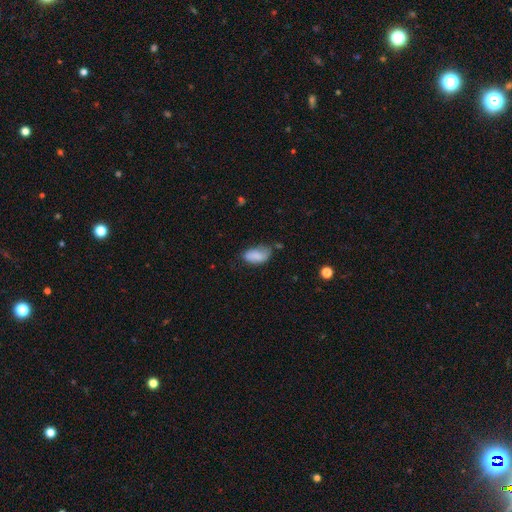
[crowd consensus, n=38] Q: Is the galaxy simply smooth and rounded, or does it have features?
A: smooth — 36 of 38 (95%).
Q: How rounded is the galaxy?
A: in between — 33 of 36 (92%).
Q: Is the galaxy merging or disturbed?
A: none — 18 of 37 (49%).